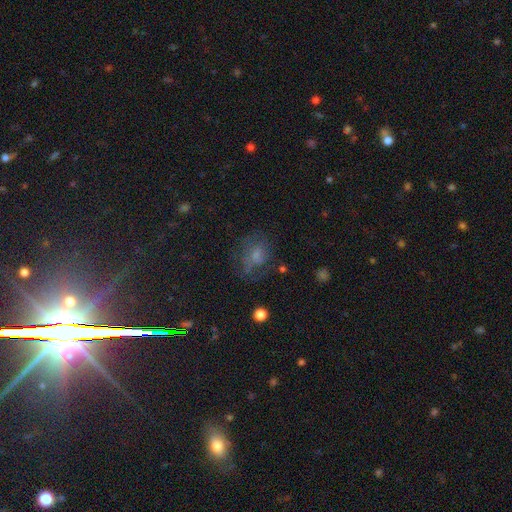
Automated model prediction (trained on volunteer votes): This is possibly a smooth galaxy (49%). Merging: possibly none (47%).